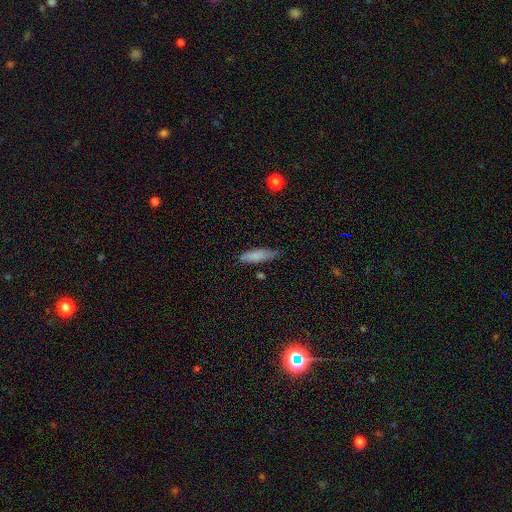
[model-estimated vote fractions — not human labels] Q: Smooth or featured?
A: smooth (82%); runner-up: featured or disk (11%)
Q: How rounded?
A: cigar-shaped (59%); runner-up: in between (39%)
Q: Merging?
A: none (71%); runner-up: minor disturbance (22%)